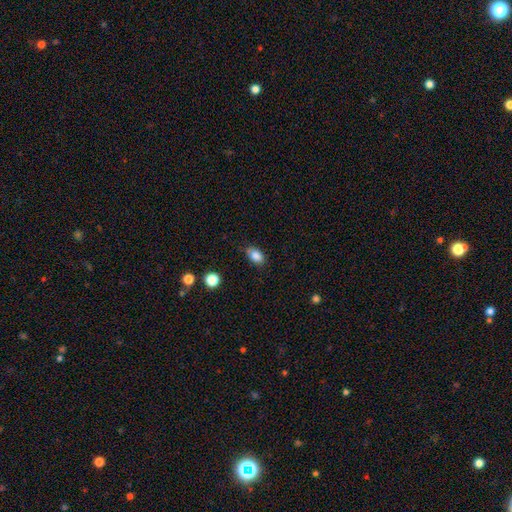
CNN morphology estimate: A smooth galaxy with no disk features (85%) that is in between round and cigar-shaped (87%). Merging: none (71%).